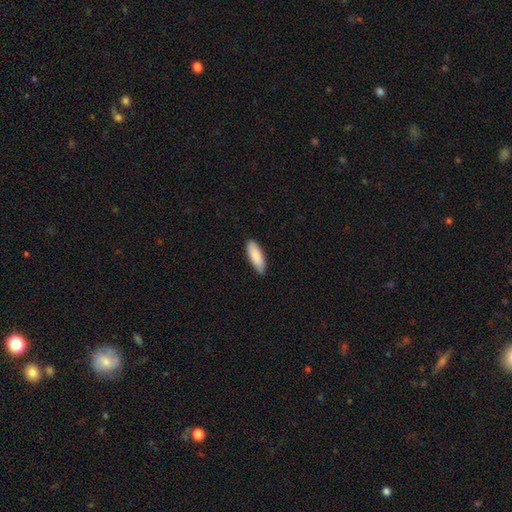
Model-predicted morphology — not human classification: The model was most divided on "how rounded": in between: 67%, cigar-shaped: 31%, round: 2%. More confident: smooth or featured — smooth (87%); merging — none (84%).